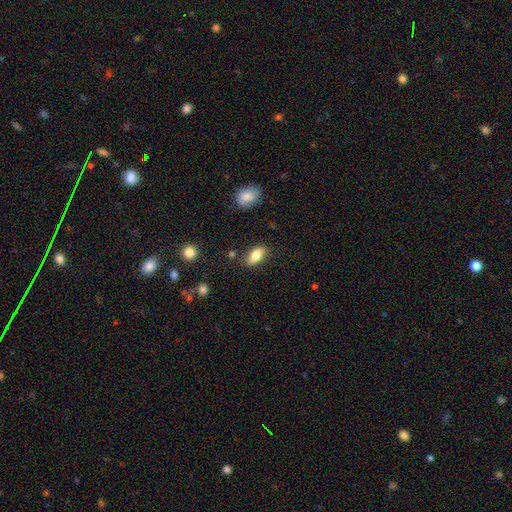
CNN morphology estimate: smooth-or-featured: smooth: 78% | featured or disk: 15% | star or artifact: 7%
  how-rounded: in between: 88% | cigar-shaped: 8% | round: 4%
  merging: none: 83% | minor disturbance: 12% | merger: 3% | major disturbance: 3%